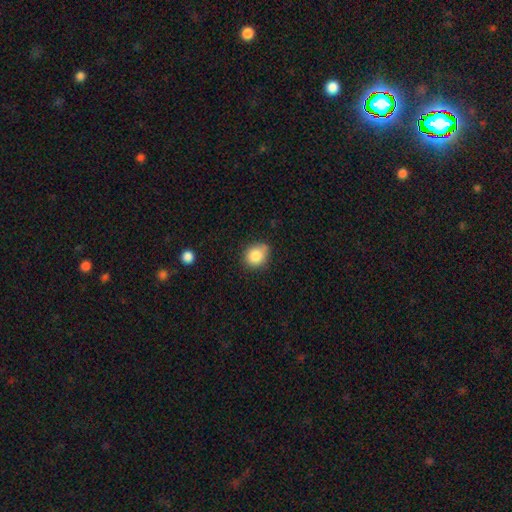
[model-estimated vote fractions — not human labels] Overall: smooth (85%). How rounded: round (65%; in between 34%). Merging: none (70%).